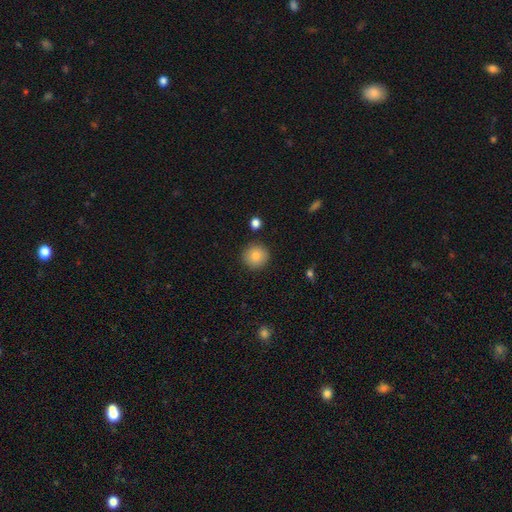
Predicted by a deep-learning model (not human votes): smooth 83%, star or artifact 9%, featured or disk 8%. Down the decision tree: how rounded — round (94%); merging — none (90%).